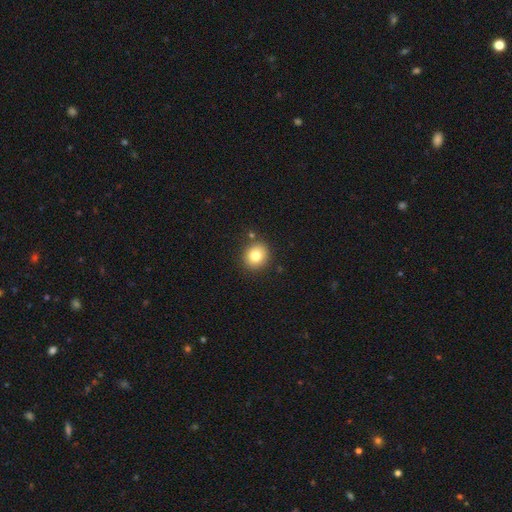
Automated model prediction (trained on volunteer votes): Q: Smooth or featured?
A: smooth (79%); runner-up: star or artifact (11%)
Q: How rounded?
A: round (80%); runner-up: in between (19%)
Q: Merging?
A: none (85%); runner-up: minor disturbance (8%)